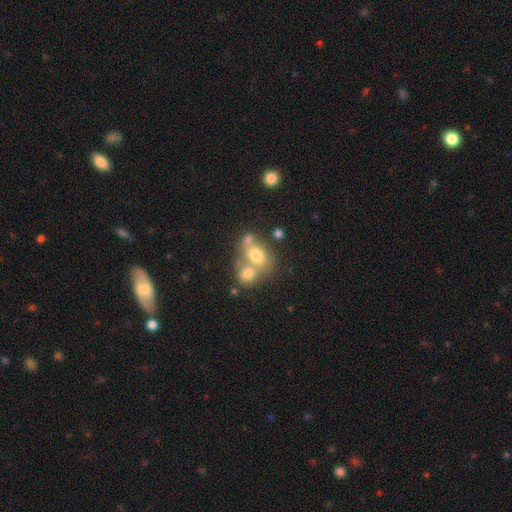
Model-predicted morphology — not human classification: This is likely a smooth galaxy (69%). How rounded: likely in between (64%). Merging: possibly merger (57%).